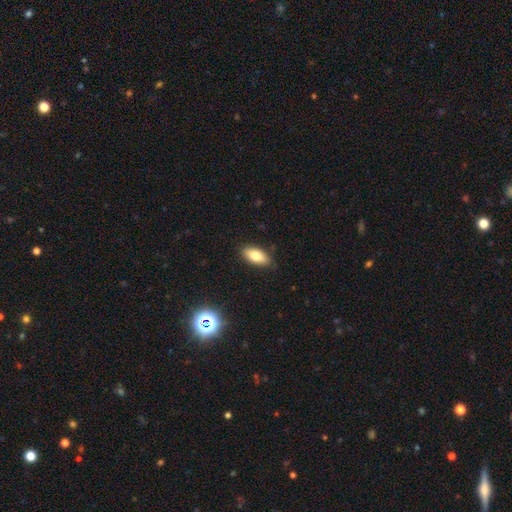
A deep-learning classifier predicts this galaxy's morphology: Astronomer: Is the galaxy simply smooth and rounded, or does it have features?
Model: smooth — 80%.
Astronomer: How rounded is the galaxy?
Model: in between — 89%.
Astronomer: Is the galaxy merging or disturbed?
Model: none — 87%.